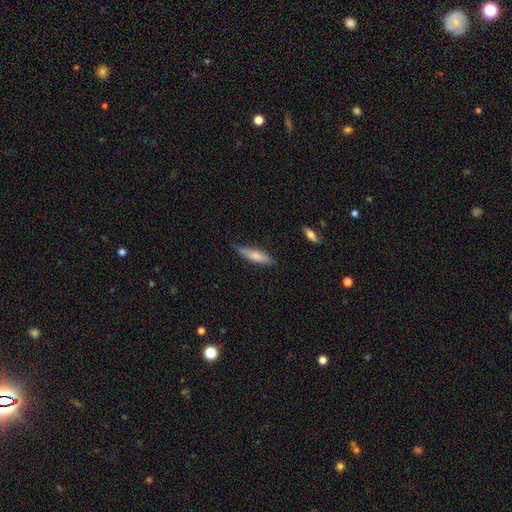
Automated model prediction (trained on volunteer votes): Smooth or featured: smooth — 60% (featured or disk — 34%)
How rounded: cigar-shaped — 78% (in between — 20%)
Merging: none — 78% (minor disturbance — 17%)